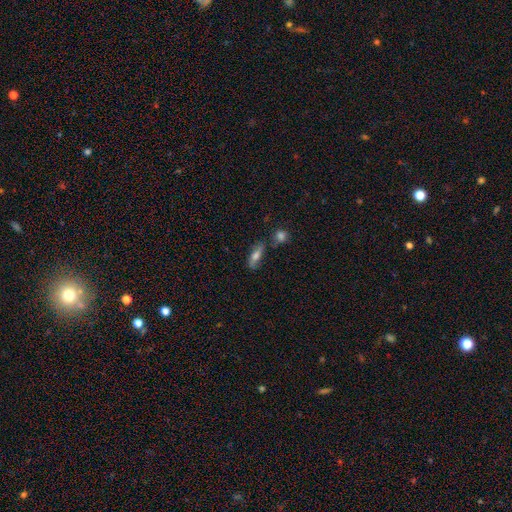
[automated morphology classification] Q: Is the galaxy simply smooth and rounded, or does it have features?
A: smooth — 60%.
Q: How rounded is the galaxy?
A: in between — 60%.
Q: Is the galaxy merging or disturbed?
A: none — 59%.